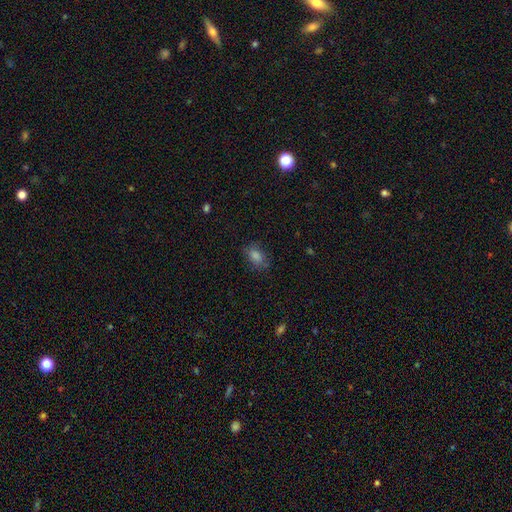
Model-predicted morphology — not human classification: A smooth galaxy with no disk features (72%) that is in between round and cigar-shaped (76%).

Vote fractions:
- Smooth or featured? smooth: 72% / star or artifact: 18% / featured or disk: 10%
- How rounded? in between: 76% / round: 21% / cigar-shaped: 2%
- Merging? none: 76% / minor disturbance: 17% / major disturbance: 6% / merger: 2%